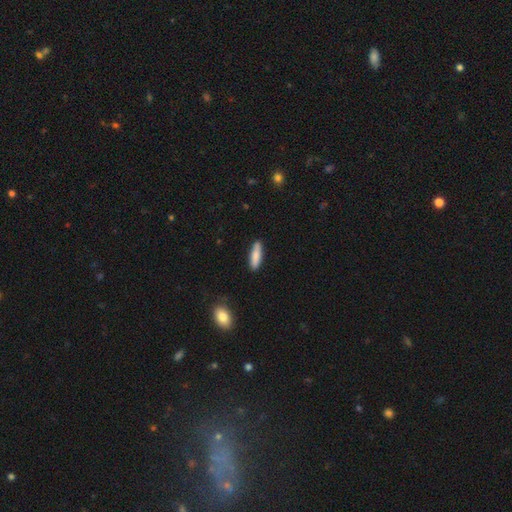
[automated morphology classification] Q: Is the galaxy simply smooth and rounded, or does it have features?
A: smooth — 82%.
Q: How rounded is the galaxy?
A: cigar-shaped — 68%.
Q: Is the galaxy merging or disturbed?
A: none — 87%.